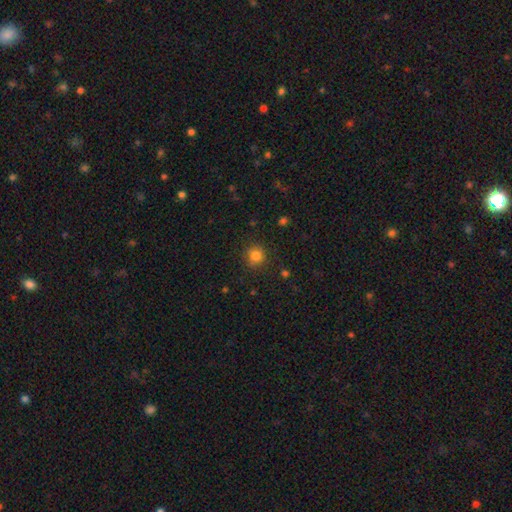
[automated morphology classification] smooth-or-featured: smooth: 82% | star or artifact: 13% | featured or disk: 5%
  how-rounded: round: 90% | in between: 9% | cigar-shaped: 1%
  merging: none: 88% | minor disturbance: 8% | major disturbance: 3% | merger: 1%